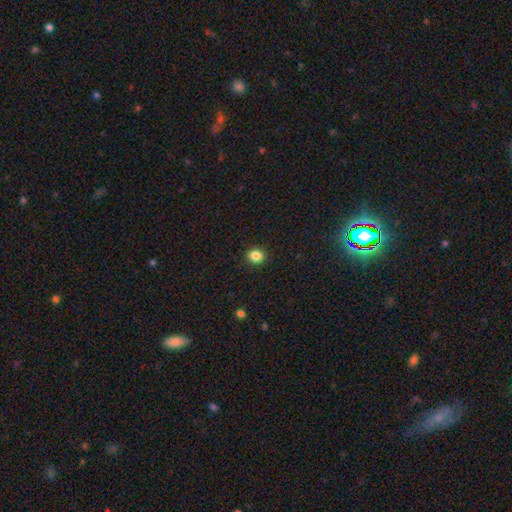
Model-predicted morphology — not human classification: A smooth galaxy with no disk features (85%) that is round (77%).

Vote fractions:
- Smooth or featured? smooth: 85% / star or artifact: 11% / featured or disk: 4%
- How rounded? round: 77% / in between: 22% / cigar-shaped: 1%
- Merging? none: 92% / minor disturbance: 6% / major disturbance: 2% / merger: 1%